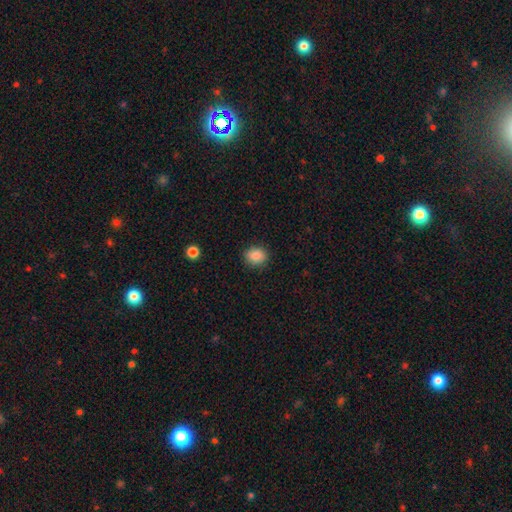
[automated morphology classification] A smooth galaxy with no disk features (85%) that is round (66%).

Vote fractions:
- Smooth or featured? smooth: 85% / star or artifact: 9% / featured or disk: 6%
- How rounded? round: 66% / in between: 33% / cigar-shaped: 1%
- Merging? none: 88% / minor disturbance: 9% / major disturbance: 2% / merger: 1%